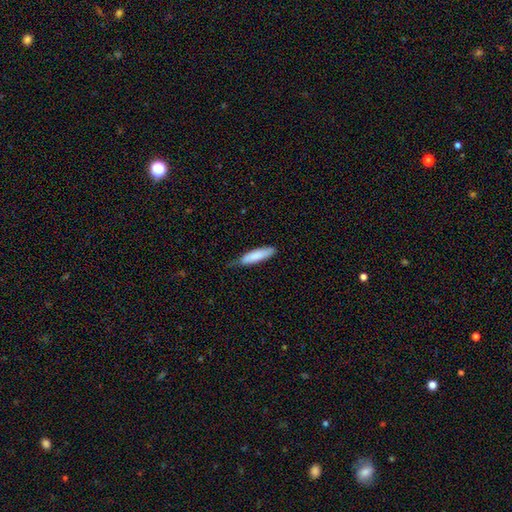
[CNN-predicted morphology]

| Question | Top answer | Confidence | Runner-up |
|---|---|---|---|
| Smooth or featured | smooth | 83% | featured or disk (11%) |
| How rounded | cigar-shaped | 72% | in between (27%) |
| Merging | none | 59% | minor disturbance (33%) |